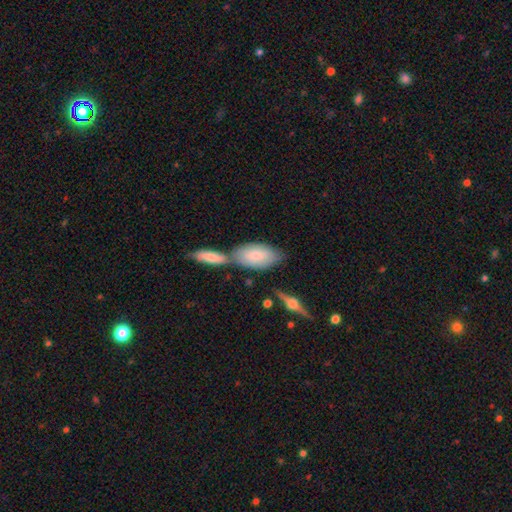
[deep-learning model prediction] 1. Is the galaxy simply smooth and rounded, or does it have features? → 74% smooth, 21% featured or disk, 6% star or artifact.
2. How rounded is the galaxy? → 91% in between, 6% cigar-shaped, 3% round.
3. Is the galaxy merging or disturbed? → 48% none, 33% merger, 15% minor disturbance, 4% major disturbance.